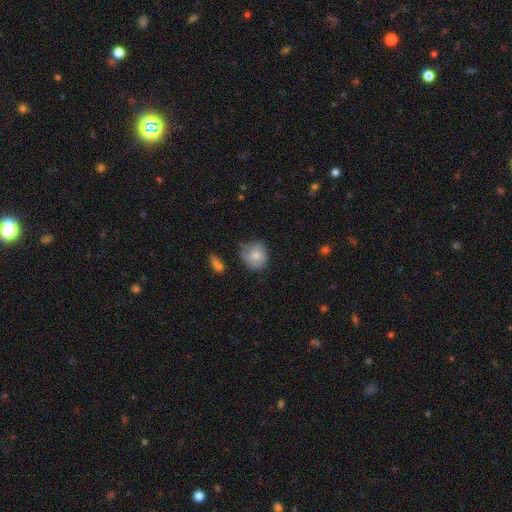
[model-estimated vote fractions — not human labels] smooth 76%, featured or disk 16%, star or artifact 7%. Down the decision tree: how rounded — round (76%); merging — none (57%).